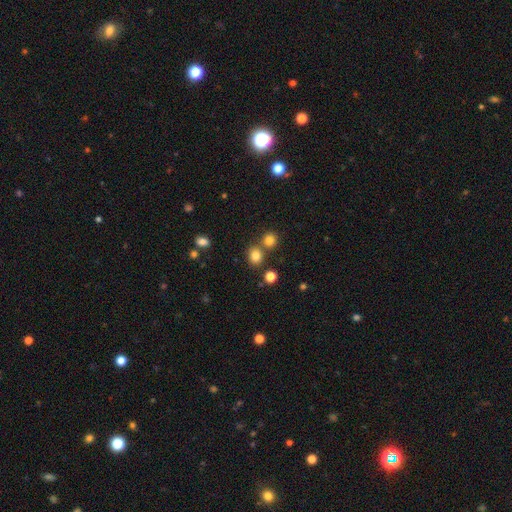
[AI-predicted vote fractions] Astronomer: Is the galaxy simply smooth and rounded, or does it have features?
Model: smooth — 79%.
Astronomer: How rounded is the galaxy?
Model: round — 78%.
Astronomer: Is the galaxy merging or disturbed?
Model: none — 68%.